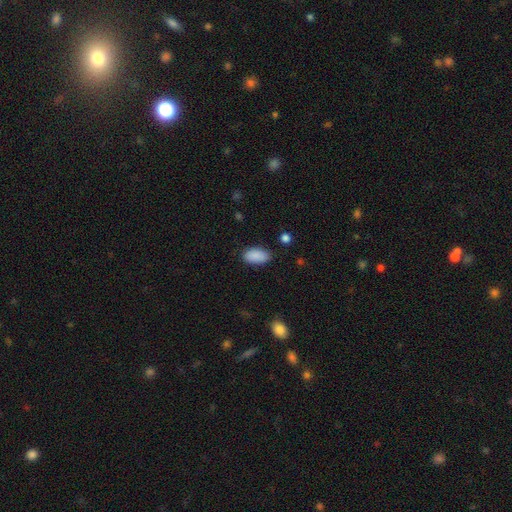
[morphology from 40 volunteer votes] Overall: smooth (92%). How rounded: in between (100%). Merging: none (92%).